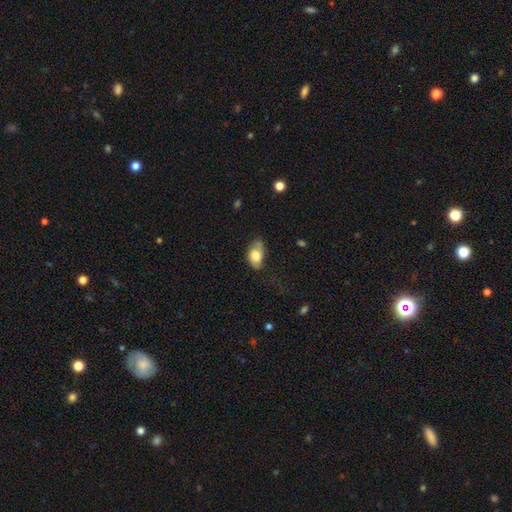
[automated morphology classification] The model was most divided on "merging": none: 55%, minor disturbance: 32%, major disturbance: 10%, merger: 2%. More confident: how rounded — in between (89%); smooth or featured — smooth (76%).